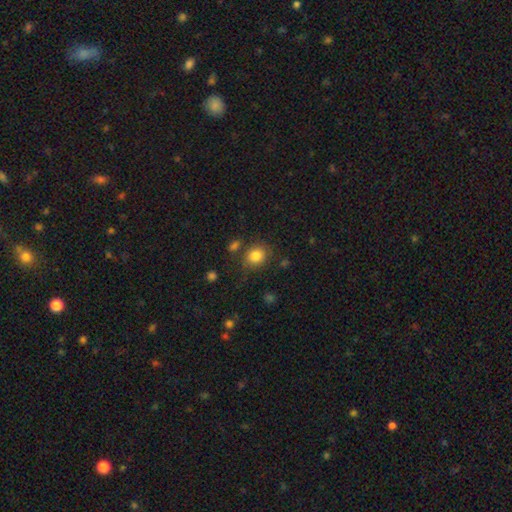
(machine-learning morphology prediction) Smooth or featured: smooth — 83% (star or artifact — 10%)
How rounded: round — 71% (in between — 28%)
Merging: none — 74% (minor disturbance — 15%)